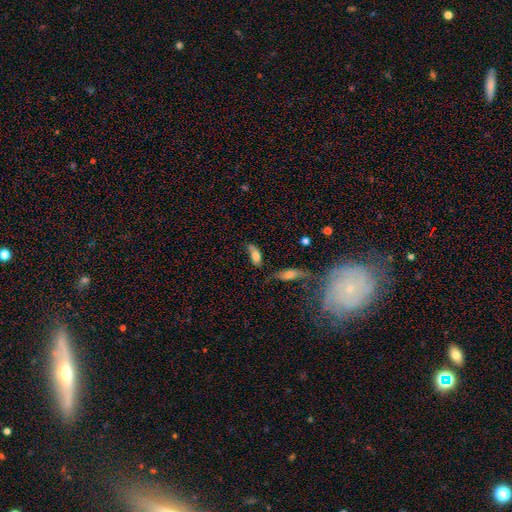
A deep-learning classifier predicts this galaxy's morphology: A smooth galaxy with no disk features (73%) that is in between round and cigar-shaped (78%).

Vote fractions:
- Smooth or featured? smooth: 73% / featured or disk: 18% / star or artifact: 9%
- How rounded? in between: 78% / cigar-shaped: 19% / round: 3%
- Merging? none: 42% / minor disturbance: 30% / major disturbance: 15% / merger: 13%